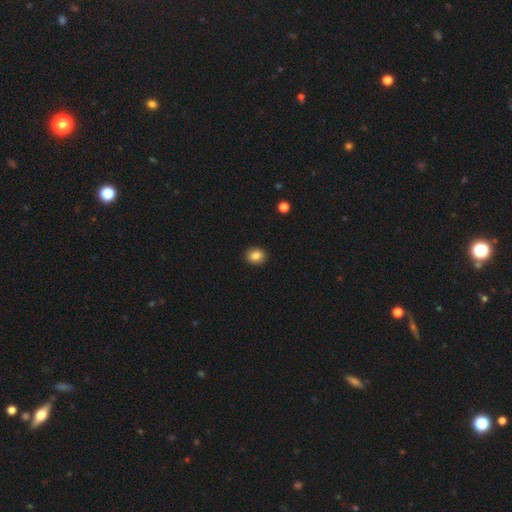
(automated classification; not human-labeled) Smooth or featured? smooth (85%)
How rounded? round (61%)
Merging? none (92%)